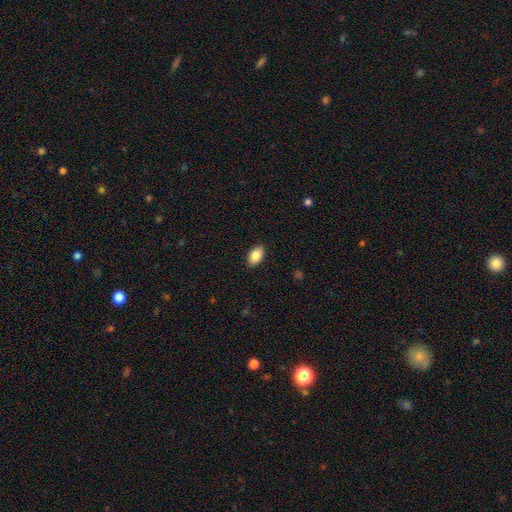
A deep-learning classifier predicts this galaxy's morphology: This is clearly a smooth galaxy (86%). How rounded: clearly in between (92%). Merging: clearly none (89%).